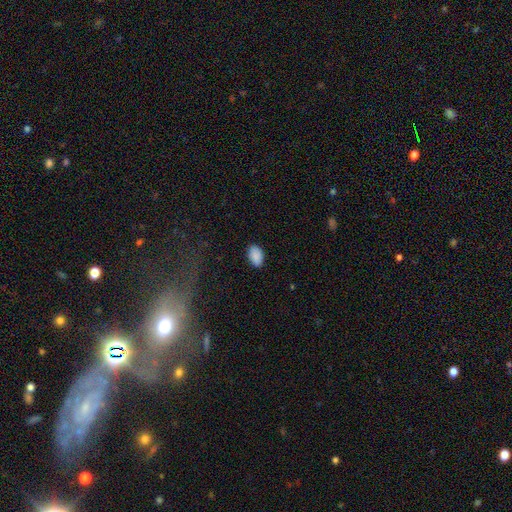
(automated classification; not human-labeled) A smooth galaxy with no disk features (89%) that is in between round and cigar-shaped (92%).

Vote fractions:
- Smooth or featured? smooth: 89% / star or artifact: 7% / featured or disk: 4%
- How rounded? in between: 92% / round: 6% / cigar-shaped: 1%
- Merging? none: 86% / minor disturbance: 11% / major disturbance: 2% / merger: 1%